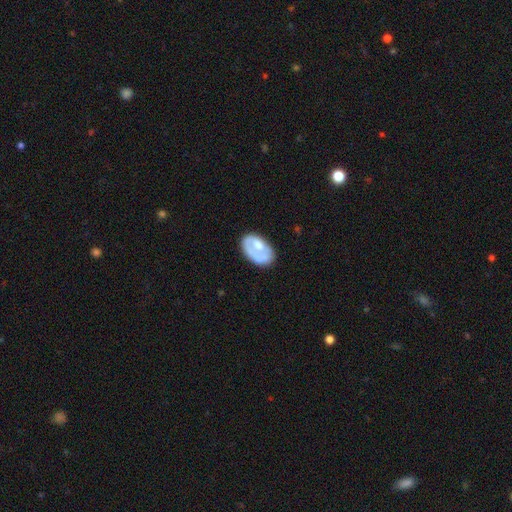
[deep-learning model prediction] smooth-or-featured: featured or disk: 48% | smooth: 47% | star or artifact: 6%
  merging: none: 51% | minor disturbance: 26% | major disturbance: 18% | merger: 5%